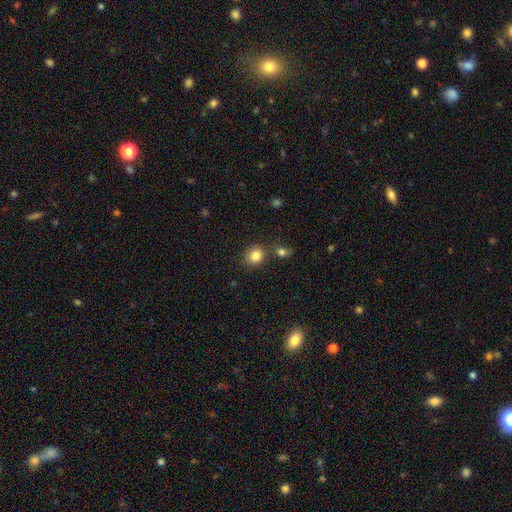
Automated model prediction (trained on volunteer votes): This appears to be a smooth galaxy with no disk features (84%) that is round (74%). Merging: none (73%).